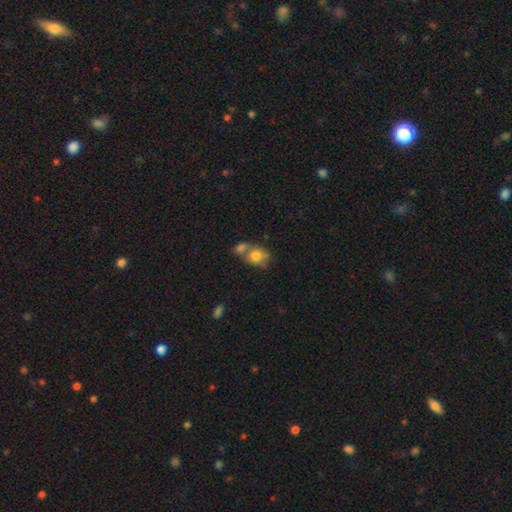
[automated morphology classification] The model was most divided on "how rounded": in between: 51%, round: 48%, cigar-shaped: 1%. More confident: smooth or featured — smooth (76%); merging — merger (54%).